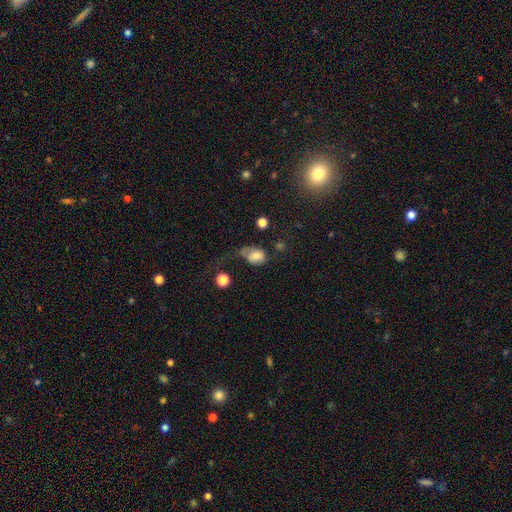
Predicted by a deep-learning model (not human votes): Smooth or featured: smooth — 71% (featured or disk — 20%)
How rounded: in between — 66% (round — 33%)
Merging: major disturbance — 38% (none — 27%)